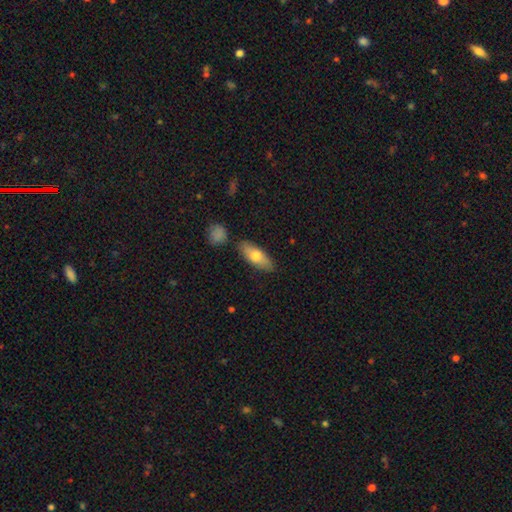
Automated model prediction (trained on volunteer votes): A smooth galaxy with no disk features (69%) that is in between round and cigar-shaped (71%). Merging: none (80%).